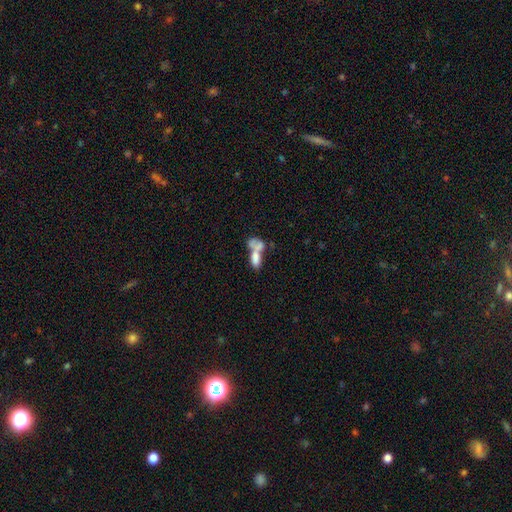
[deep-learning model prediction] A smooth galaxy with no disk features (65%) that is in between round and cigar-shaped (84%).

Vote fractions:
- Smooth or featured? smooth: 65% / featured or disk: 25% / star or artifact: 10%
- How rounded? in between: 84% / cigar-shaped: 10% / round: 6%
- Merging? merger: 65% / none: 16% / major disturbance: 10% / minor disturbance: 8%